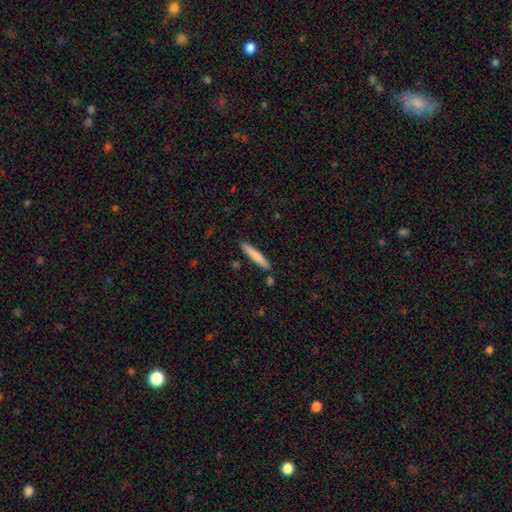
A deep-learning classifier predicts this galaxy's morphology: The model was most divided on "smooth or featured": smooth: 75%, featured or disk: 20%, star or artifact: 5%. More confident: how rounded — cigar-shaped (92%); merging — none (85%).